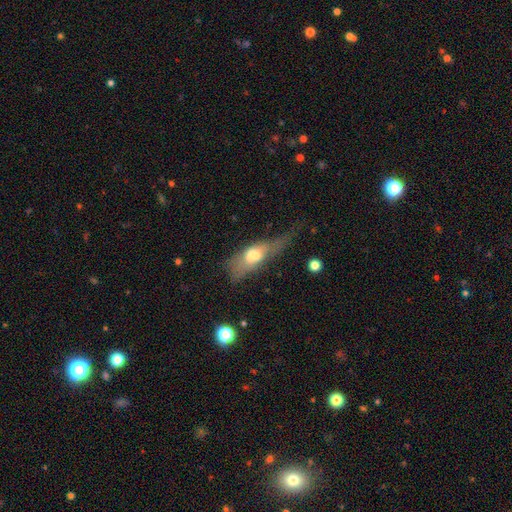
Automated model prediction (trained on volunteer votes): Smooth or featured: smooth — 54% (featured or disk — 38%)
How rounded: in between — 65% (cigar-shaped — 31%)
Merging: major disturbance — 37% (none — 29%)